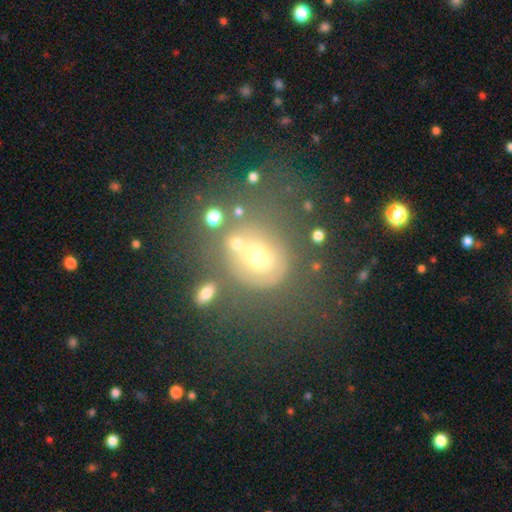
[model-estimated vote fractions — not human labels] The model was most divided on "smooth or featured": smooth: 47%, featured or disk: 35%, star or artifact: 18%. Remaining: merging — none (42%).